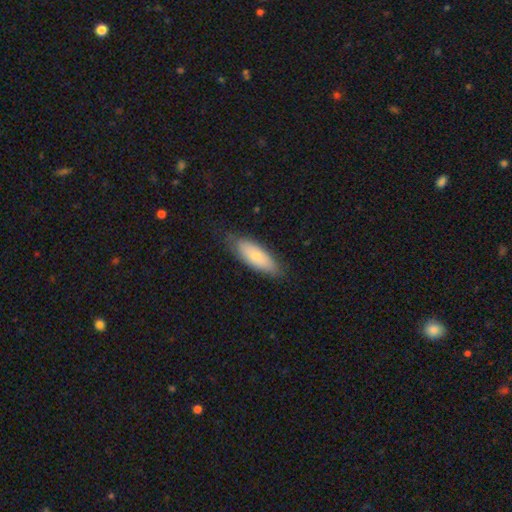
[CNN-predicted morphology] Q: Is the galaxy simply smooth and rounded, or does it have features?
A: smooth — 72%.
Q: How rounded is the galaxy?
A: in between — 66%.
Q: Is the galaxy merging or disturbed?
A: none — 77%.